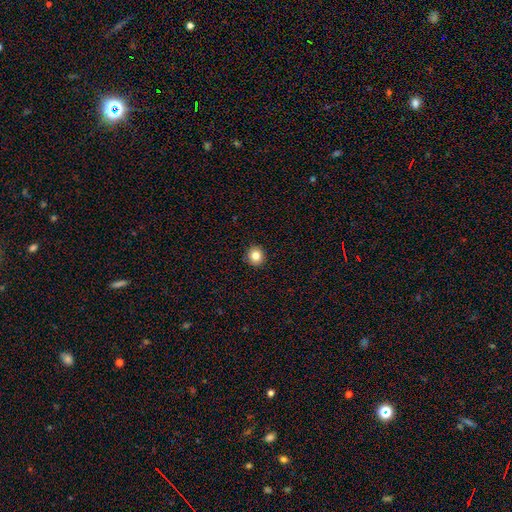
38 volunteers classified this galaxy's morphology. Smooth or featured?
  - smooth: 89% *
  - featured or disk: 5%
  - star or artifact: 5%
How rounded?
  - round: 91% *
  - in between: 9%
  - cigar-shaped: 0%
Merging?
  - none: 94% *
  - major disturbance: 6%
  - minor disturbance: 0%
  - merger: 0%